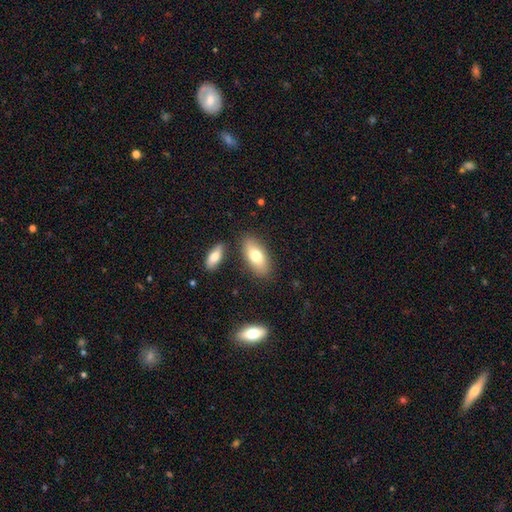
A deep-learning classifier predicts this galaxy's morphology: The model was most divided on "smooth or featured": smooth: 75%, featured or disk: 18%, star or artifact: 7%. More confident: how rounded — in between (89%); merging — none (80%).